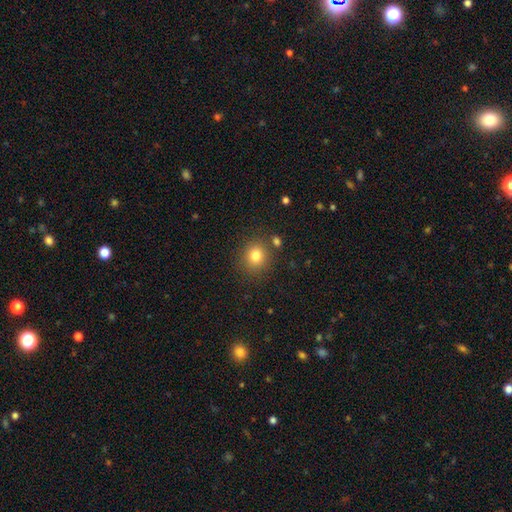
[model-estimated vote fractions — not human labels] smooth-or-featured: smooth: 81% | star or artifact: 12% | featured or disk: 7%
  how-rounded: round: 82% | in between: 17% | cigar-shaped: 1%
  merging: none: 82% | minor disturbance: 9% | merger: 5% | major disturbance: 3%